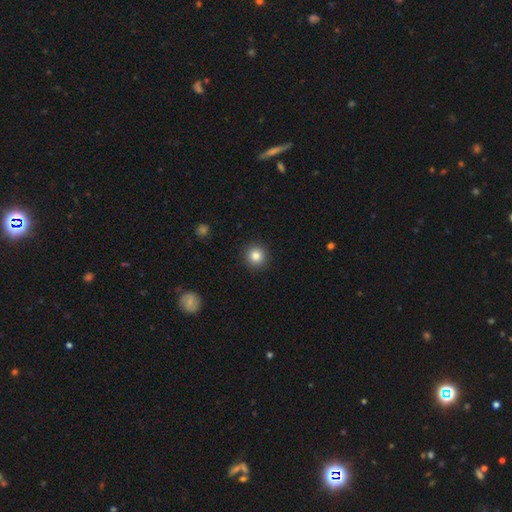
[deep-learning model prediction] Morphology: type=smooth (83%); roundness=round (94%); merging=none (92%).